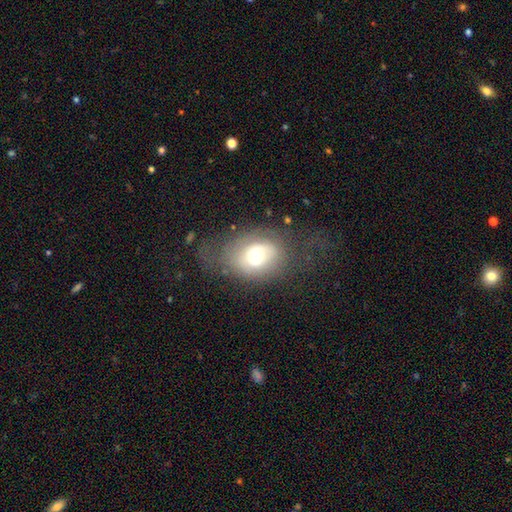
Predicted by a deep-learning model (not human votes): smooth_or_featured: smooth (p=0.59) [alt: featured or disk p=0.30]
how_rounded: in between (p=0.63) [alt: round p=0.35]
merging: none (p=0.46) [alt: major disturbance p=0.28]